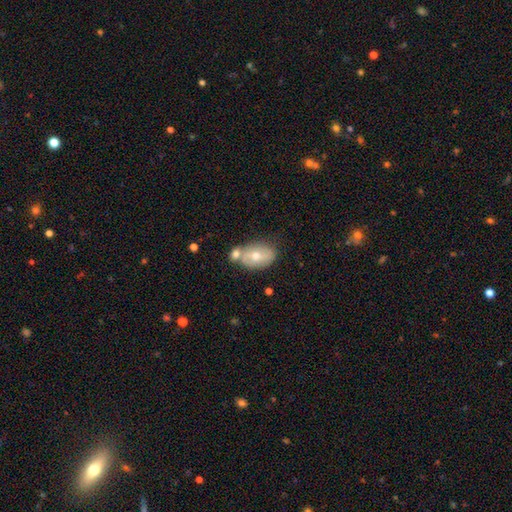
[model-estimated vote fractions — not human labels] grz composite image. It shows a smooth galaxy with no disk features (50%). Merging: none (48%).